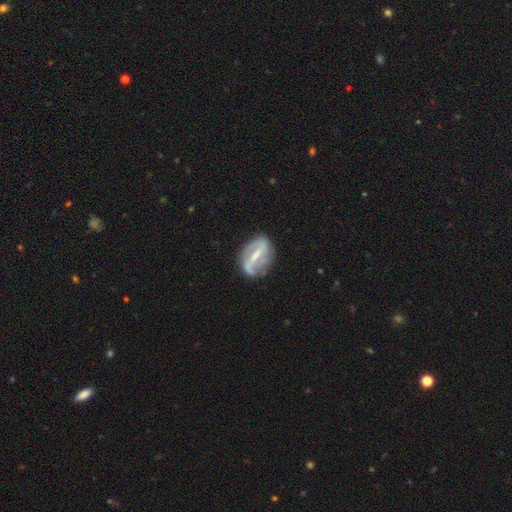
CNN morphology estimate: smooth_or_featured: featured or disk (p=0.76) [alt: smooth p=0.18]
disk_edge_on: no (p=0.94) [alt: yes p=0.06]
bar: strong (p=0.66) [alt: weak p=0.27]
has_spiral_arms: yes (p=0.74) [alt: no p=0.26]
spiral_winding: medium (p=0.36) [alt: loose p=0.35]
spiral_arm_count: 2 (p=0.70) [alt: can't tell p=0.16]
bulge_size: small (p=0.41) [alt: moderate p=0.34]
merging: none (p=0.68) [alt: minor disturbance p=0.21]